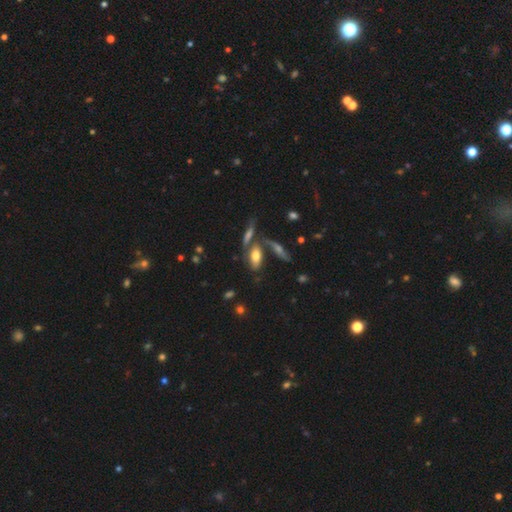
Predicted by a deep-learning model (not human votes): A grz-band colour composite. It shows a smooth galaxy with no disk features (62%) that is in between round and cigar-shaped (82%). Merging: none (46%).